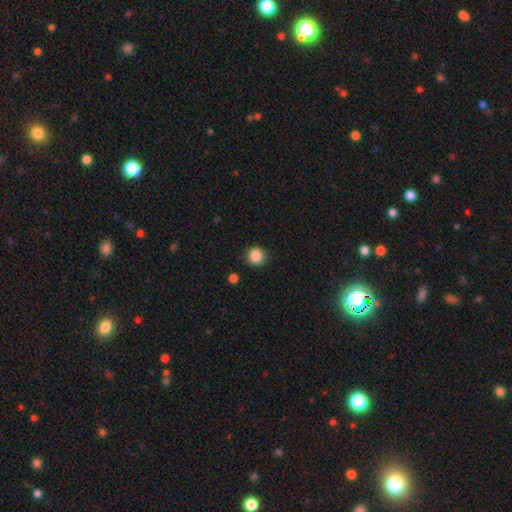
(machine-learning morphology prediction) smooth-or-featured: smooth: 86% | star or artifact: 10% | featured or disk: 4%
  how-rounded: round: 90% | in between: 9% | cigar-shaped: 1%
  merging: none: 88% | minor disturbance: 8% | major disturbance: 2% | merger: 2%